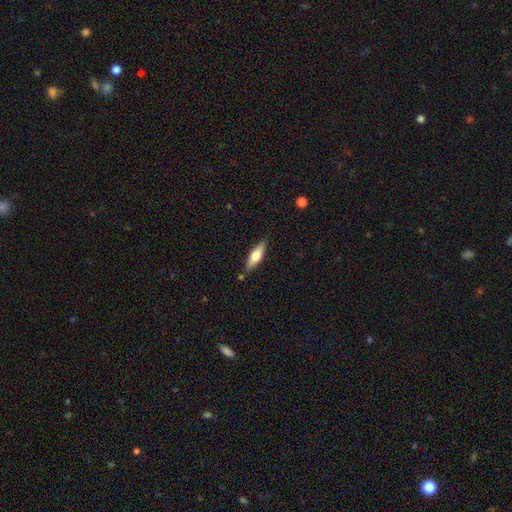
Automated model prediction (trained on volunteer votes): Smooth or featured?
  - smooth: 57% *
  - featured or disk: 38%
  - star or artifact: 6%
How rounded?
  - cigar-shaped: 56% *
  - in between: 42%
  - round: 2%
Merging?
  - none: 82% *
  - minor disturbance: 12%
  - merger: 3%
  - major disturbance: 2%